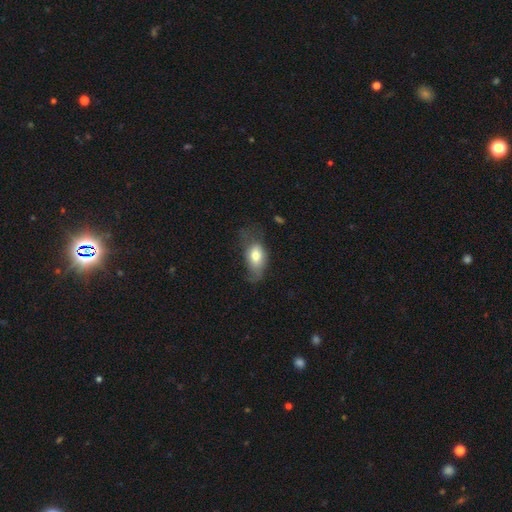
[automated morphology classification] A smooth galaxy with no disk features (71%) that is in between round and cigar-shaped (88%).

Vote fractions:
- Smooth or featured? smooth: 71% / featured or disk: 21% / star or artifact: 8%
- How rounded? in between: 88% / round: 8% / cigar-shaped: 4%
- Merging? none: 37% / minor disturbance: 32% / major disturbance: 28% / merger: 2%